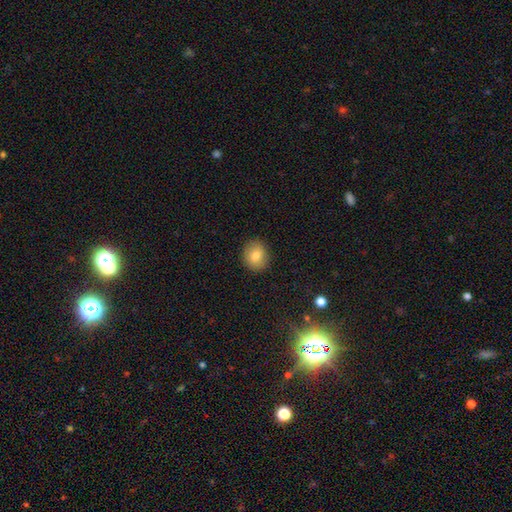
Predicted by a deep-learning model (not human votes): Smooth or featured: smooth — 80% (featured or disk — 11%)
How rounded: round — 72% (in between — 27%)
Merging: none — 89% (minor disturbance — 8%)